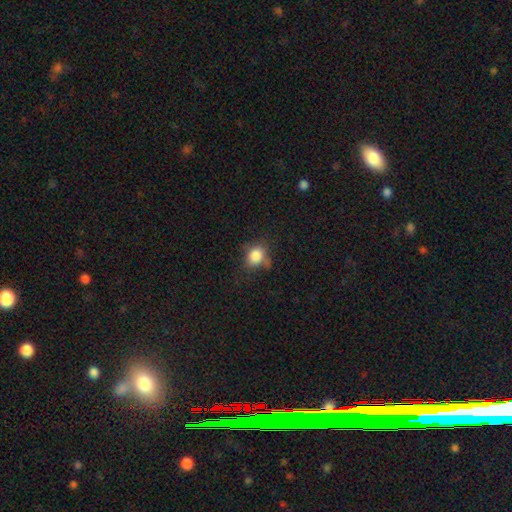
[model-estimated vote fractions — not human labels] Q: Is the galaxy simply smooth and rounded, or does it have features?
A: smooth — 83%.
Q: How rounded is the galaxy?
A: round — 59%.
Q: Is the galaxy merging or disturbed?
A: none — 56%.